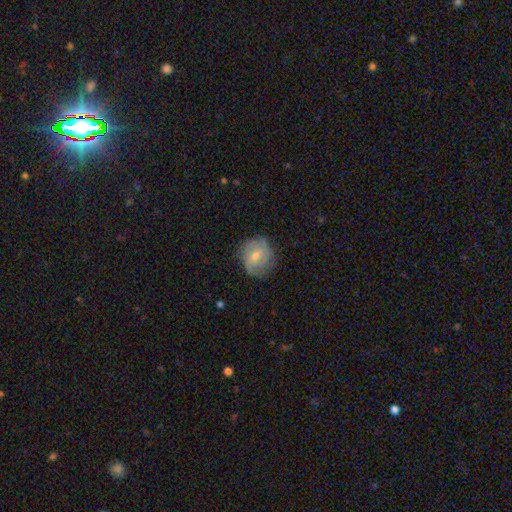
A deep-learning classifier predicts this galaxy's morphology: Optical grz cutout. It shows a featured or disk galaxy (47%). Merging: none (68%).